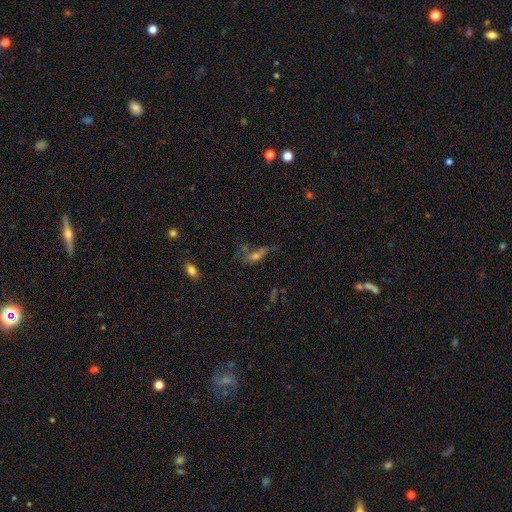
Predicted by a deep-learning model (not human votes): Smooth or featured?
  - smooth: 39% *
  - featured or disk: 35%
  - star or artifact: 26%
Merging?
  - none: 35% *
  - major disturbance: 28%
  - merger: 20%
  - minor disturbance: 18%